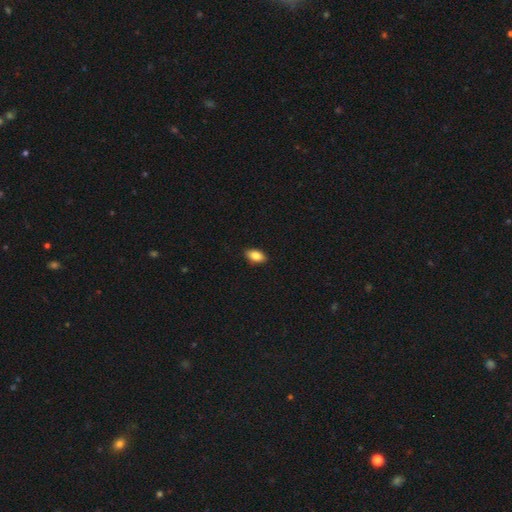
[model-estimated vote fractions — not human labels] This appears to be a smooth galaxy with no disk features (86%) that is in between round and cigar-shaped (91%). Merging: none (89%).